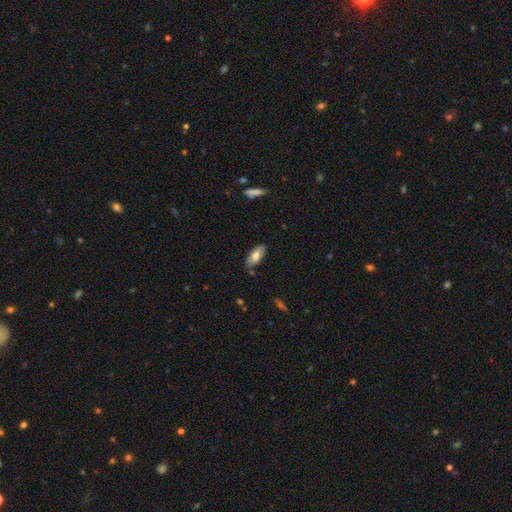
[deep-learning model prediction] The model was most divided on "smooth or featured": smooth: 72%, featured or disk: 22%, star or artifact: 7%. More confident: how rounded — in between (87%); merging — none (82%).